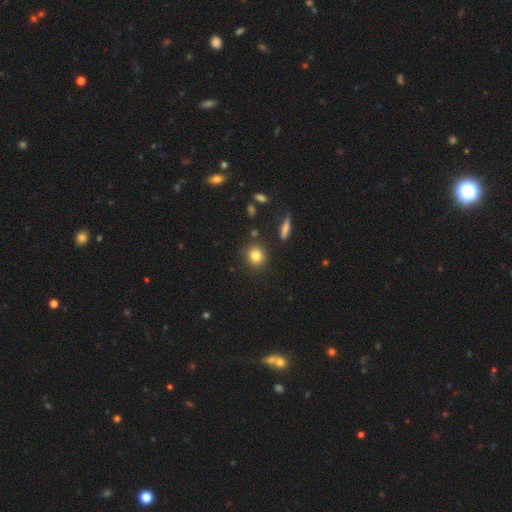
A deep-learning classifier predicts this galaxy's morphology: Smooth or featured: smooth — 83% (star or artifact — 10%)
How rounded: round — 82% (in between — 16%)
Merging: none — 87% (minor disturbance — 8%)